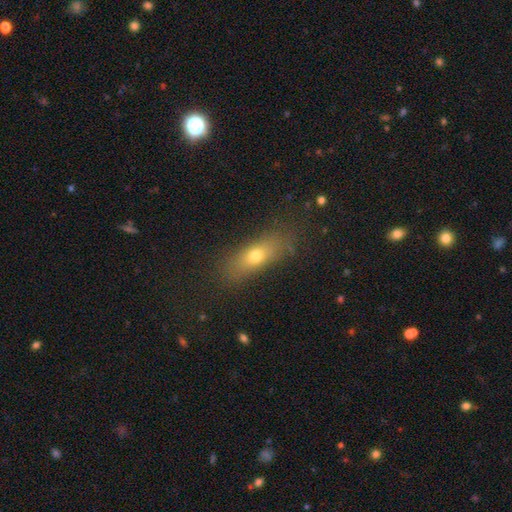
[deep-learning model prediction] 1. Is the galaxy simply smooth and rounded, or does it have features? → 65% smooth, 23% featured or disk, 12% star or artifact.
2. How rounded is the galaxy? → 55% in between, 38% cigar-shaped, 7% round.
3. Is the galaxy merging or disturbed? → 77% none, 15% minor disturbance, 6% major disturbance, 2% merger.